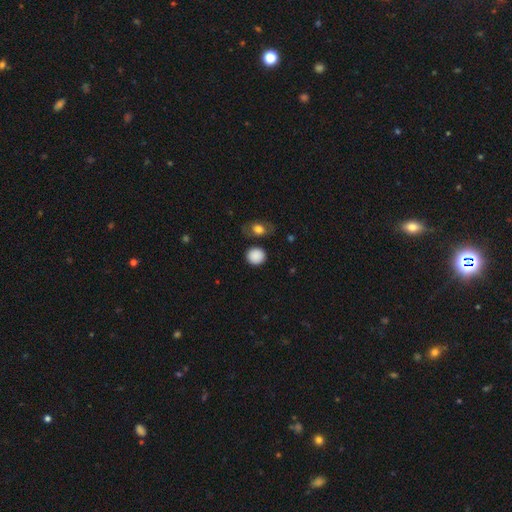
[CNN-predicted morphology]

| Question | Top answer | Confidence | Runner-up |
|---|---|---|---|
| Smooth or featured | smooth | 88% | star or artifact (8%) |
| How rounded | round | 87% | in between (12%) |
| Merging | none | 82% | minor disturbance (10%) |